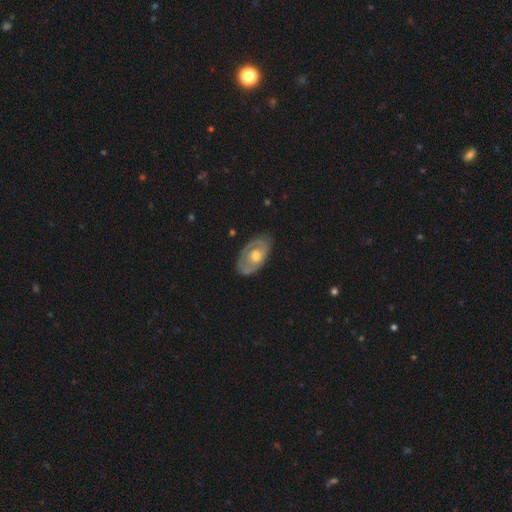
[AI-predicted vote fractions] featured or disk 64%, smooth 31%, star or artifact 5%. Down the decision tree: edge-on disk — no (90%); bar — no (83%); spiral arms — no (57%); bulge size — moderate (64%); merging — none (76%).